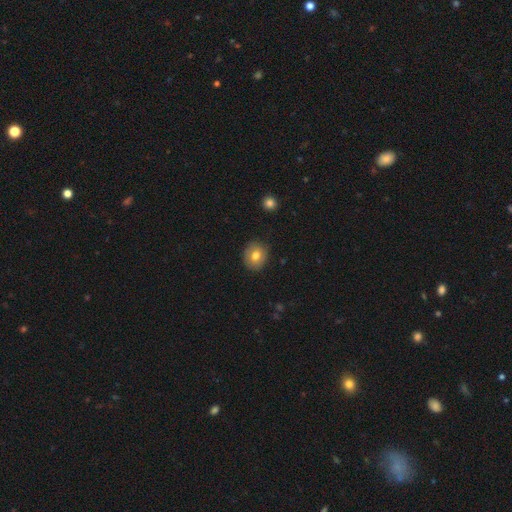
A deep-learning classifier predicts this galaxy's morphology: The model was most divided on "how rounded": round: 72%, in between: 27%, cigar-shaped: 1%. More confident: merging — none (86%); smooth or featured — smooth (76%).